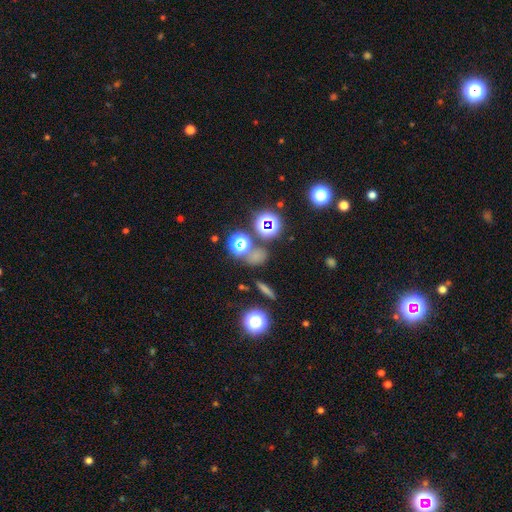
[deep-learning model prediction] Smooth or featured? Predicted: smooth (p=0.55). How rounded? Predicted: round (p=0.59). Merging? Predicted: none (p=0.72).